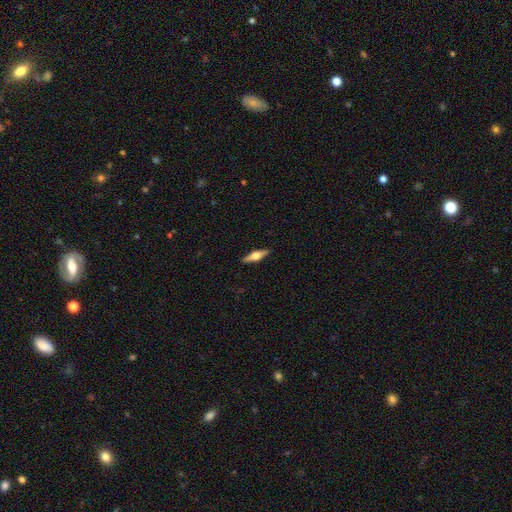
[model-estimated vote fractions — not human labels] The model was most divided on "smooth or featured": featured or disk: 63%, smooth: 31%, star or artifact: 6%. More confident: edge-on disk — yes (96%); edge-on bulge — rounded (94%); merging — none (91%).